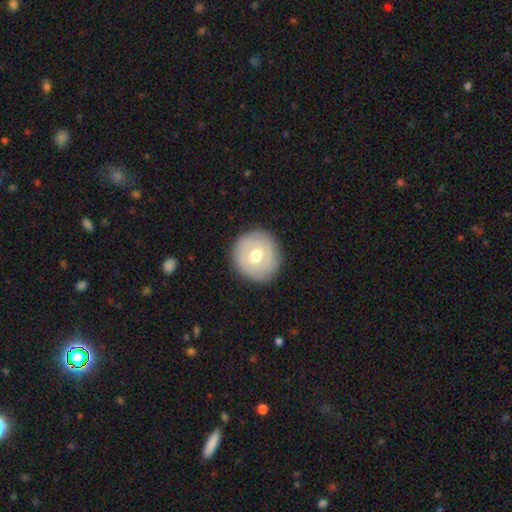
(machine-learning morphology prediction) A smooth galaxy with no disk features (58%) that is round (91%). Merging: none (88%).